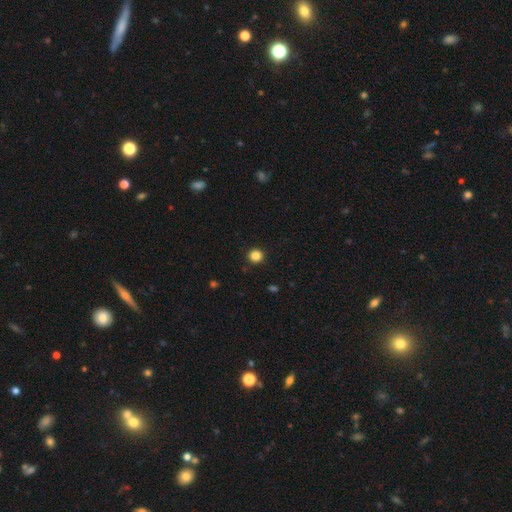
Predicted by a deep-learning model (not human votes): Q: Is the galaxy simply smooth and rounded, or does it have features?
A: smooth — 84%.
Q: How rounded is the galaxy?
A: round — 93%.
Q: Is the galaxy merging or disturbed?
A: none — 92%.